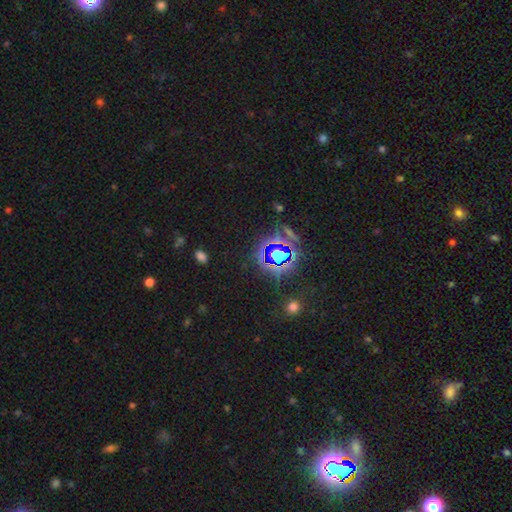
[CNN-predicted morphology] Smooth or featured?
  - star or artifact: 79% *
  - smooth: 14%
  - featured or disk: 8%